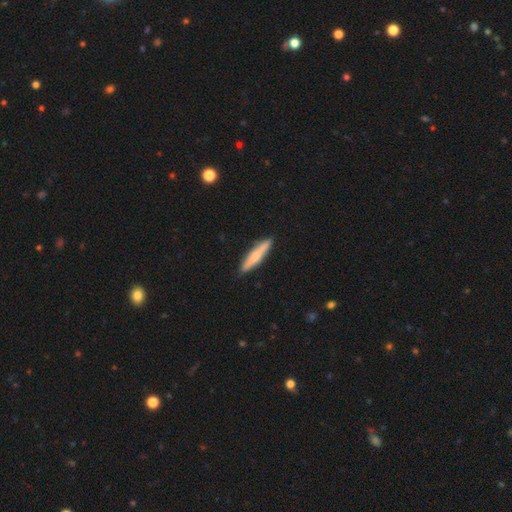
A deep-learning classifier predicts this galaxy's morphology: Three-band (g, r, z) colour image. It shows a smooth galaxy with no disk features (63%) that is cigar-shaped (90%). Merging: none (89%).